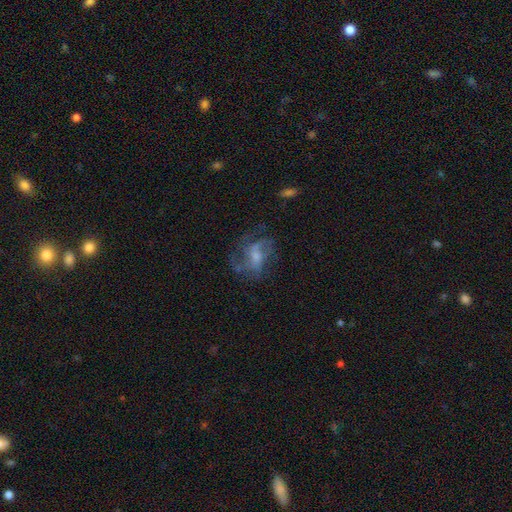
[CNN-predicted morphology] Smooth or featured?
  - featured or disk: 65% *
  - smooth: 24%
  - star or artifact: 11%
Edge-on disk?
  - no: 97% *
  - yes: 3%
Bar?
  - no: 57% *
  - weak: 35%
  - strong: 8%
Spiral arms?
  - yes: 68% *
  - no: 32%
Bulge size?
  - small: 45% *
  - moderate: 36%
  - none: 13%
  - large: 4%
  - dominant: 1%
Merging?
  - none: 50% *
  - major disturbance: 28%
  - minor disturbance: 20%
  - merger: 3%